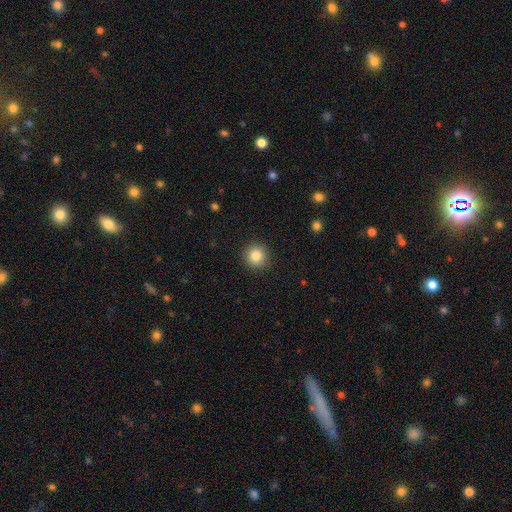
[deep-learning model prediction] A smooth galaxy with no disk features (85%) that is round (93%).

Vote fractions:
- Smooth or featured? smooth: 85% / star or artifact: 10% / featured or disk: 5%
- How rounded? round: 93% / in between: 6% / cigar-shaped: 1%
- Merging? none: 91% / minor disturbance: 6% / major disturbance: 2% / merger: 1%